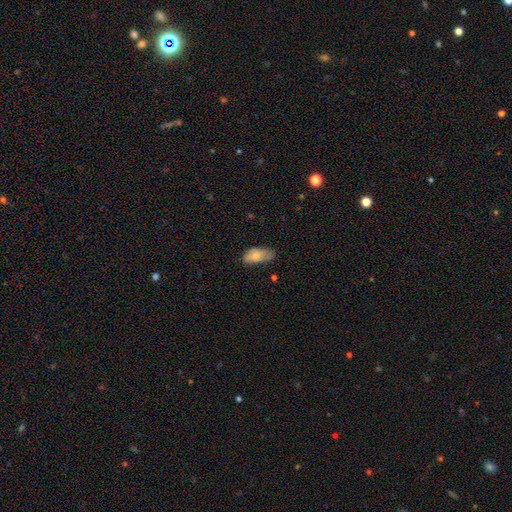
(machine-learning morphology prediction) A smooth galaxy with no disk features (72%) that is in between round and cigar-shaped (91%). Merging: none (41%, tied with minor disturbance).